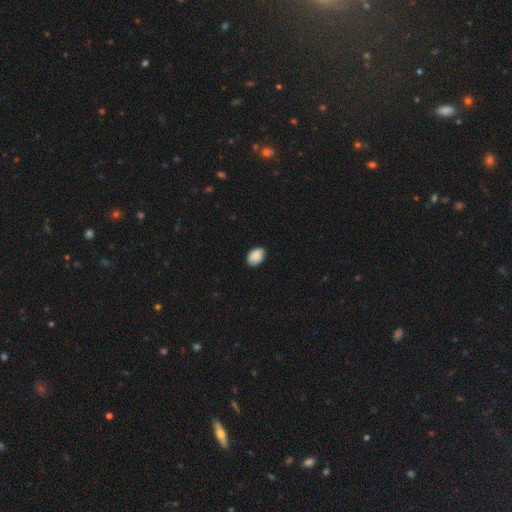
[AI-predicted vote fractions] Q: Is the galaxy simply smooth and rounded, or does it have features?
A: smooth — 89%.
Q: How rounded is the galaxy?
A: in between — 81%.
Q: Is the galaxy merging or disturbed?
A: none — 86%.